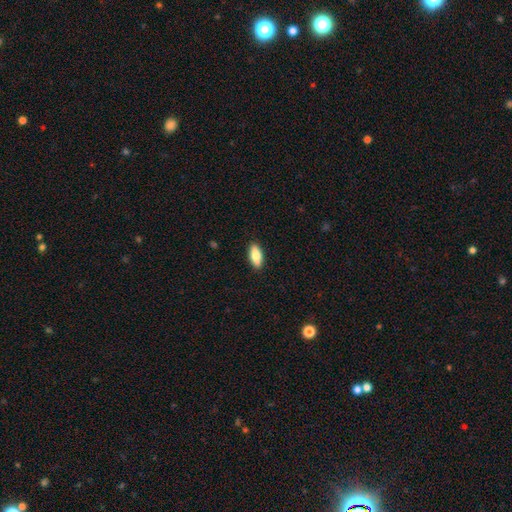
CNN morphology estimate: Smooth or featured? smooth (79%)
How rounded? in between (82%)
Merging? none (90%)